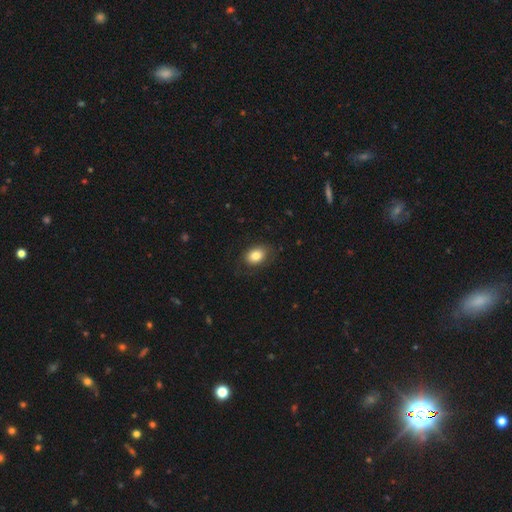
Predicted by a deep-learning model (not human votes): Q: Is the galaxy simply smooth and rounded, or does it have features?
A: smooth — 82%.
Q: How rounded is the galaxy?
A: in between — 76%.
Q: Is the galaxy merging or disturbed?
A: none — 76%.